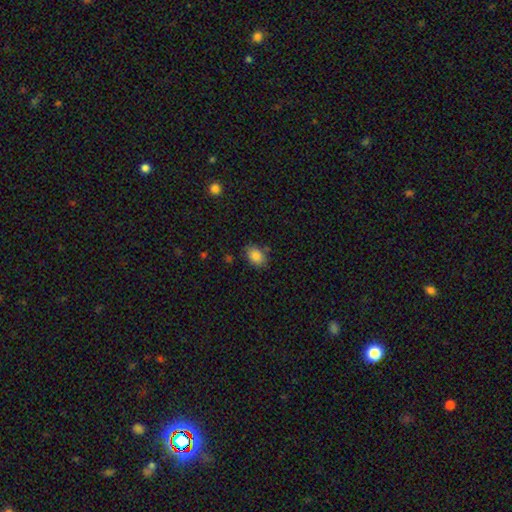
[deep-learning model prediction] Q: Smooth or featured?
A: smooth (85%); runner-up: star or artifact (8%)
Q: How rounded?
A: in between (80%); runner-up: round (19%)
Q: Merging?
A: none (77%); runner-up: minor disturbance (16%)